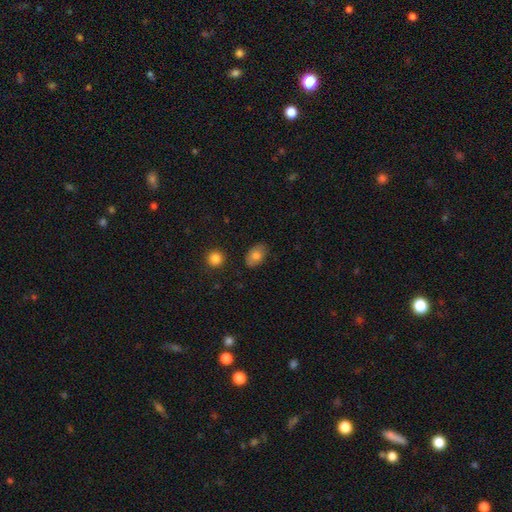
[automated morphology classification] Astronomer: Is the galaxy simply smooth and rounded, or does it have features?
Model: smooth — 80%.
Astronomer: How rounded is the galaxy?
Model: in between — 86%.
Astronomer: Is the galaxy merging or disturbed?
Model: none — 81%.